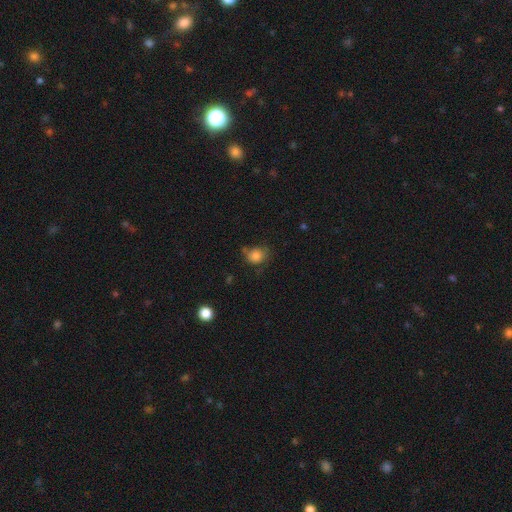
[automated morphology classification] type=smooth (80%); roundness=round (74%); merging=none (60%).